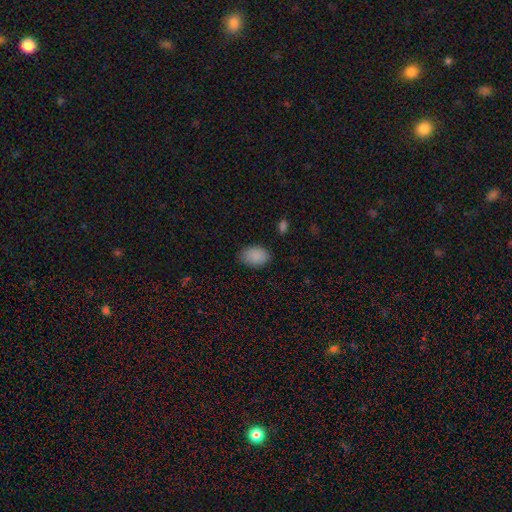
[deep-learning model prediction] Morphology: type=smooth (89%); roundness=in between (84%); merging=none (82%).